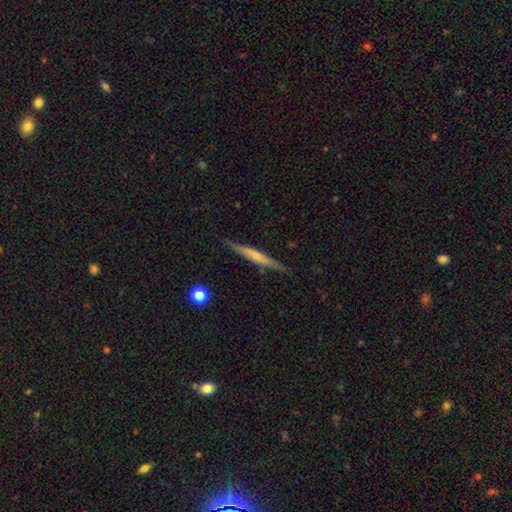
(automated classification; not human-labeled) Smooth or featured?
  - featured or disk: 48% *
  - smooth: 46%
  - star or artifact: 6%
Merging?
  - none: 84% *
  - minor disturbance: 12%
  - major disturbance: 2%
  - merger: 2%